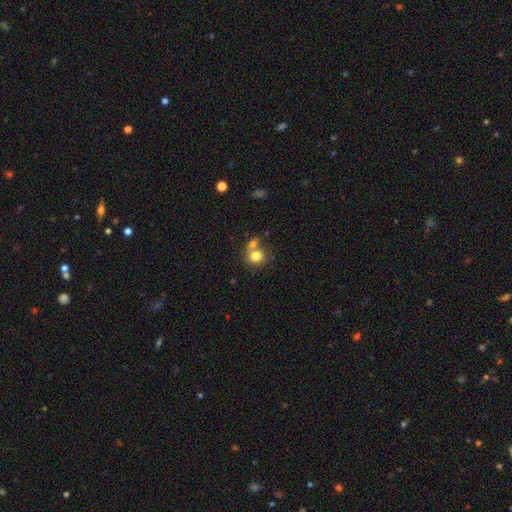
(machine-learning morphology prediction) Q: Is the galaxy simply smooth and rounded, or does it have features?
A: smooth — 78%.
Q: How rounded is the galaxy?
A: round — 79%.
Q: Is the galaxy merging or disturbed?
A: none — 47%.